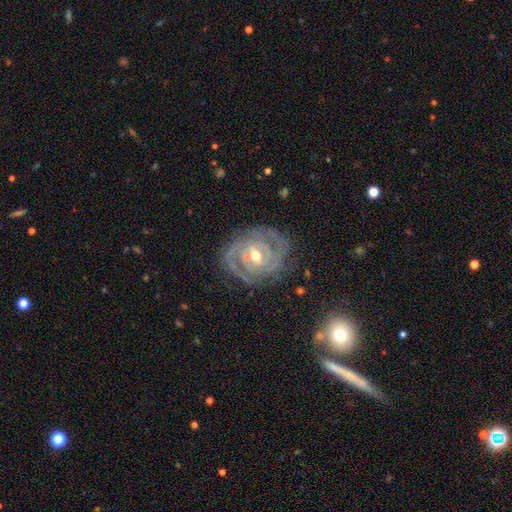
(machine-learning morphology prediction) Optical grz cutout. It shows a featured or disk galaxy (91%) with a weak bar (49%), 2 (40%) tight (74%) spiral arms (98%) and a moderate central bulge (64%). Merging: none (77%).